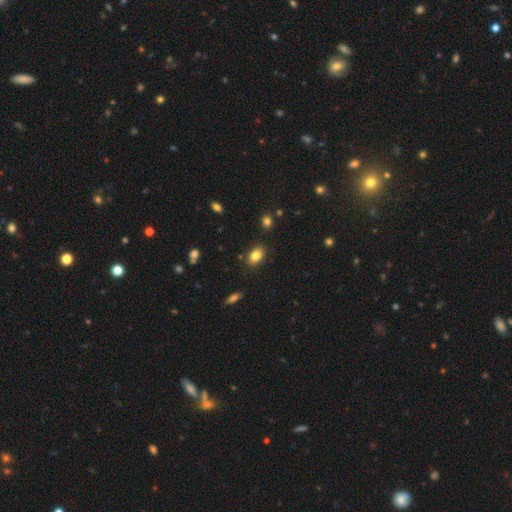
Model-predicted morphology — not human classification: smooth 81%, star or artifact 9%, featured or disk 9%. Down the decision tree: how rounded — in between (84%); merging — none (85%).